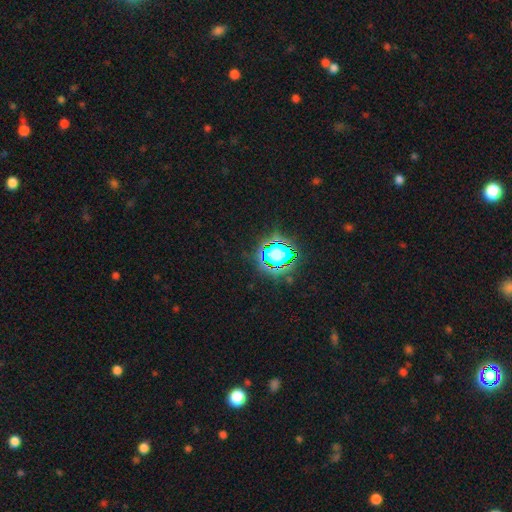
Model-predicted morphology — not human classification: star or artifact 80%, smooth 13%, featured or disk 7%.